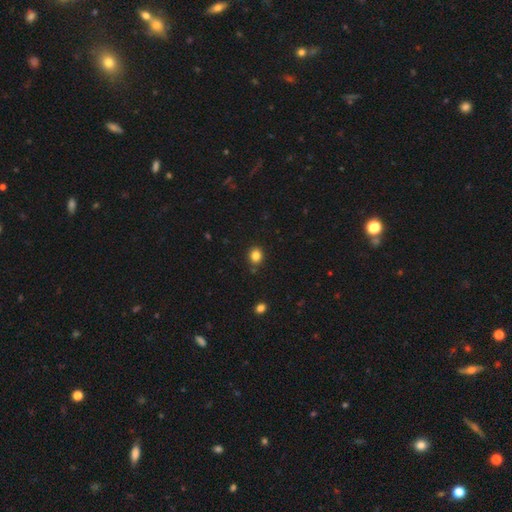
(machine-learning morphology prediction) Smooth or featured? smooth (83%)
How rounded? round (72%)
Merging? none (85%)